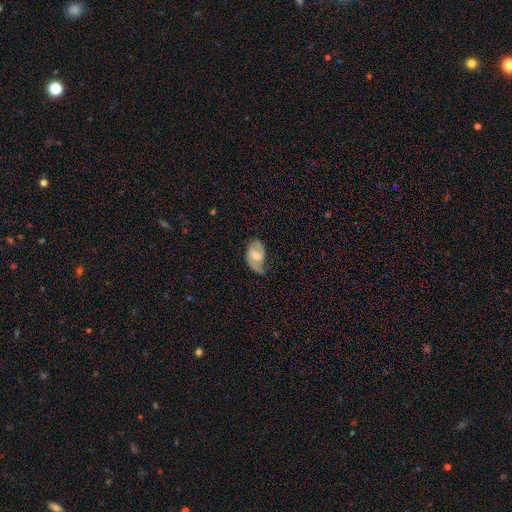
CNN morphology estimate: smooth-or-featured: featured or disk: 59% | smooth: 35% | star or artifact: 6%
  disk-edge-on: no: 96% | yes: 4%
    bar: weak: 50% | no: 35% | strong: 16%
    has-spiral-arms: yes: 81% | no: 19%
    bulge-size: moderate: 60% | small: 32% | large: 5% | none: 3% | dominant: 1%
  merging: none: 46% | minor disturbance: 36% | major disturbance: 16% | merger: 2%